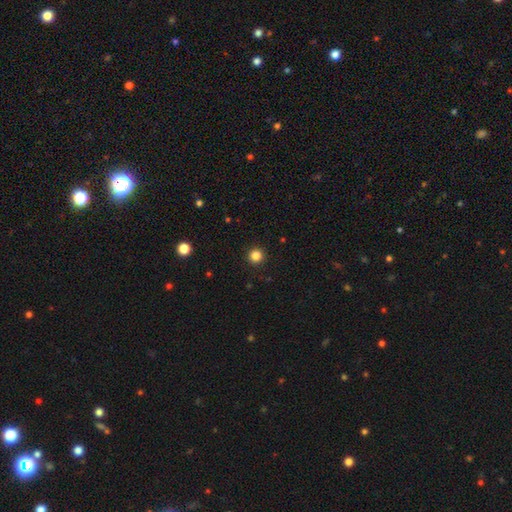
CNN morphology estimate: A smooth galaxy with no disk features (84%) that is round (96%). Merging: none (93%).